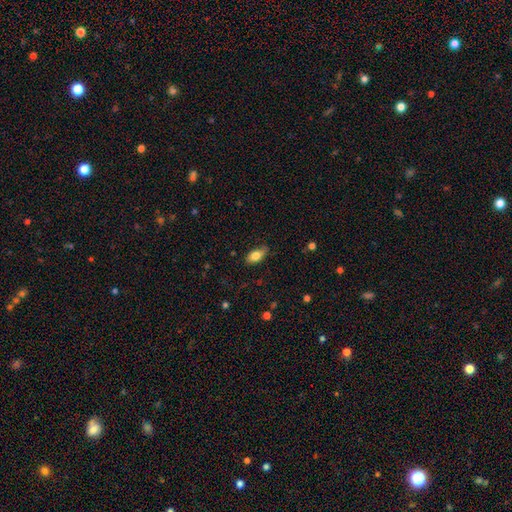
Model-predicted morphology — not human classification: Smooth or featured: smooth — 78% (featured or disk — 14%)
How rounded: in between — 89% (cigar-shaped — 7%)
Merging: none — 75% (minor disturbance — 20%)